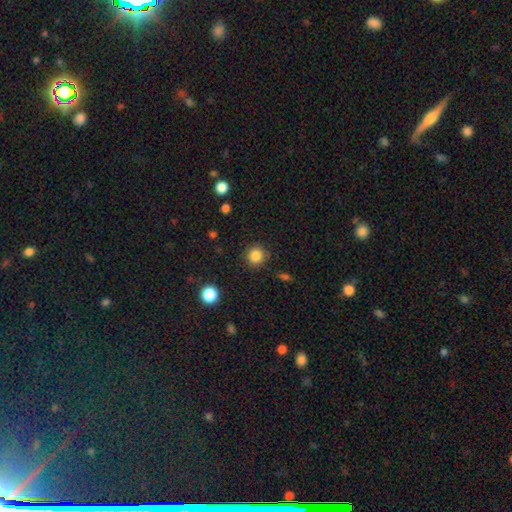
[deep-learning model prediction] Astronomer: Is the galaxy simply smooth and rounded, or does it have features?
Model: smooth — 84%.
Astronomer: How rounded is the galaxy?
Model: round — 93%.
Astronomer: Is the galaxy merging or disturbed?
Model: none — 90%.